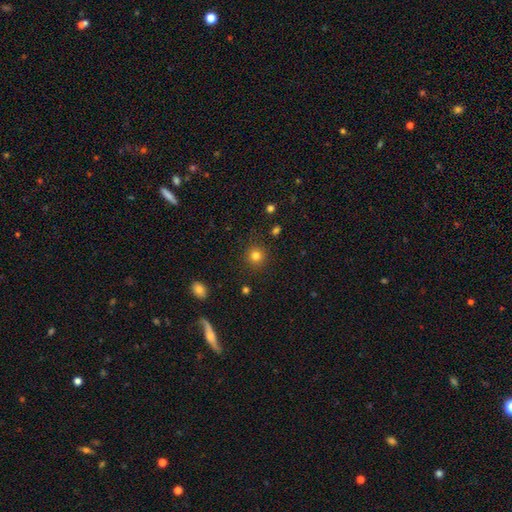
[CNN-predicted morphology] A smooth galaxy with no disk features (81%) that is round (93%).

Vote fractions:
- Smooth or featured? smooth: 81% / star or artifact: 13% / featured or disk: 5%
- How rounded? round: 93% / in between: 6% / cigar-shaped: 1%
- Merging? none: 90% / minor disturbance: 6% / major disturbance: 2% / merger: 1%